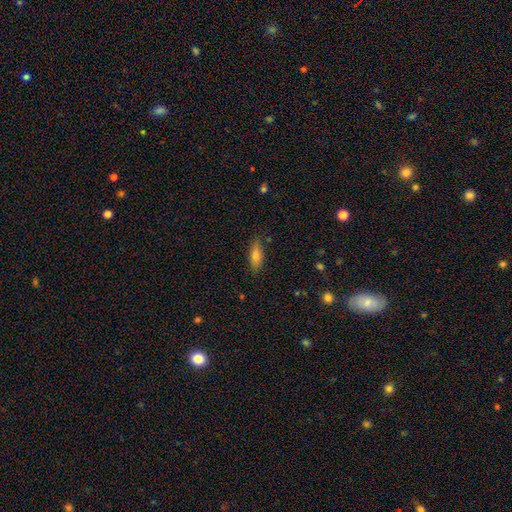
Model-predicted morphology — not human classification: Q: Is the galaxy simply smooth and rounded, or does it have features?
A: smooth — 72%.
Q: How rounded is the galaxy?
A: in between — 65%.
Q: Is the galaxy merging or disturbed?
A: none — 85%.